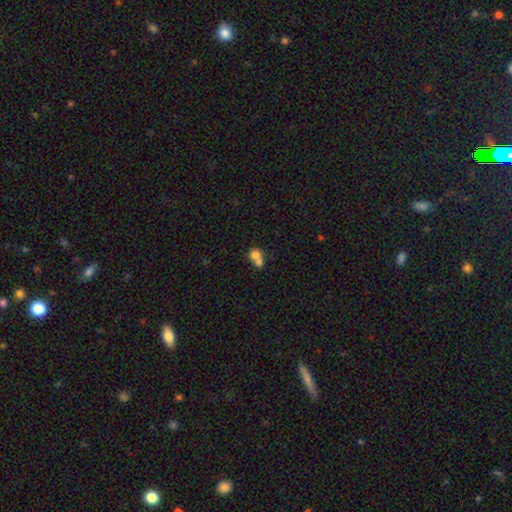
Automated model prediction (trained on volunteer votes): This is likely a smooth galaxy (73%). How rounded: likely round (67%). Merging: likely merger (68%).